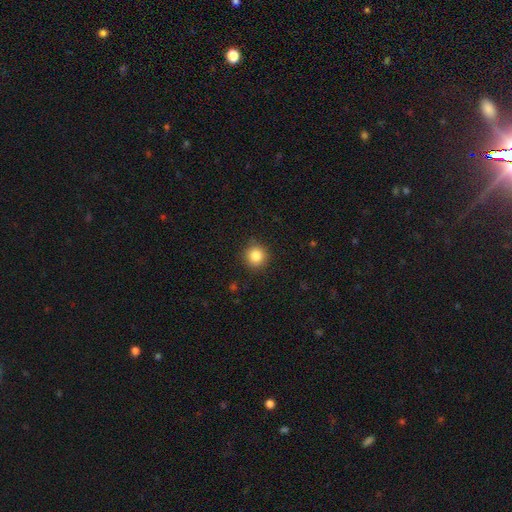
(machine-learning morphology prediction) smooth-or-featured: smooth: 85% | star or artifact: 10% | featured or disk: 5%
  how-rounded: round: 93% | in between: 6% | cigar-shaped: 1%
  merging: none: 90% | minor disturbance: 7% | major disturbance: 2% | merger: 1%